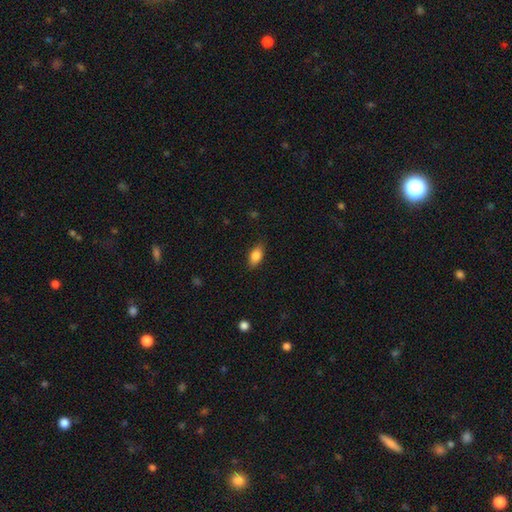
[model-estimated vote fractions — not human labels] Q: Smooth or featured?
A: smooth (83%); runner-up: featured or disk (10%)
Q: How rounded?
A: in between (87%); runner-up: cigar-shaped (8%)
Q: Merging?
A: none (84%); runner-up: minor disturbance (12%)